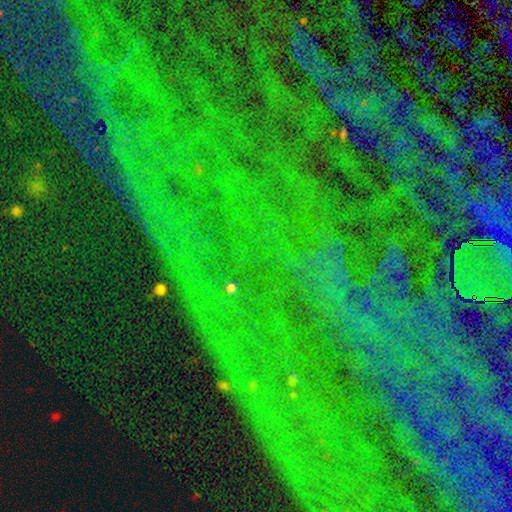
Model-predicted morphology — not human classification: This is clearly a star or artifact rather than a galaxy (86%).